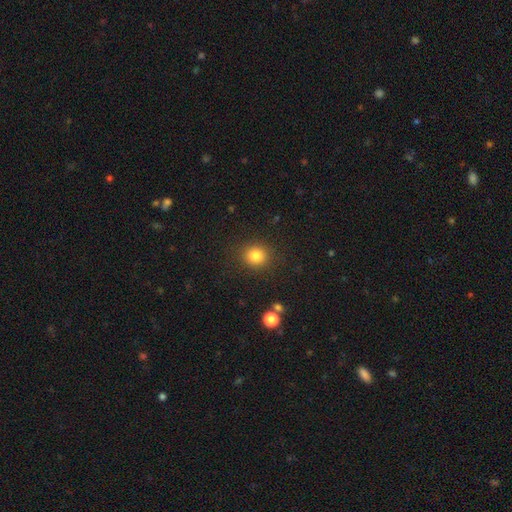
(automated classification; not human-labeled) This appears to be a smooth galaxy with no disk features (82%) that is round (84%). Merging: none (88%).